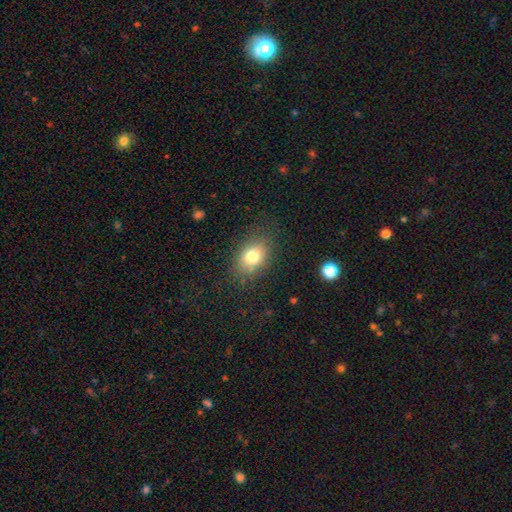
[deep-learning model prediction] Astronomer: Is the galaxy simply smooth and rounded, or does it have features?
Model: smooth — 73%.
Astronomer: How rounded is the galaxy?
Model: in between — 67%.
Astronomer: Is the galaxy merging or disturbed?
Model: none — 88%.